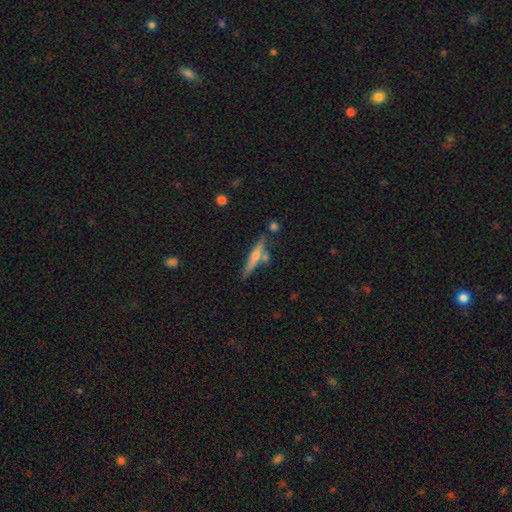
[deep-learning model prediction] featured or disk 52%, smooth 41%, star or artifact 7%. Down the decision tree: edge-on disk — yes (94%); merging — none (70%).